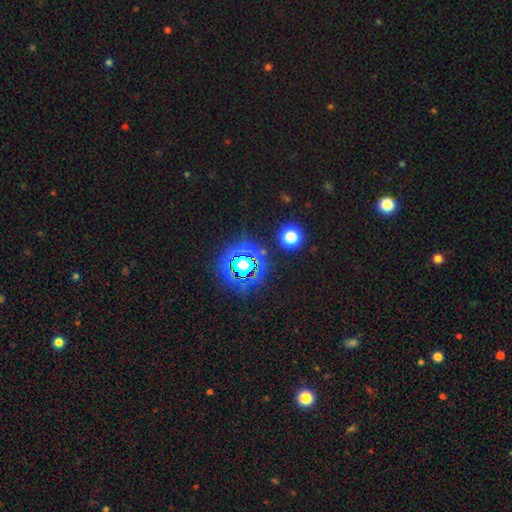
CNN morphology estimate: This appears to be a star or artifact, not a galaxy (79%).